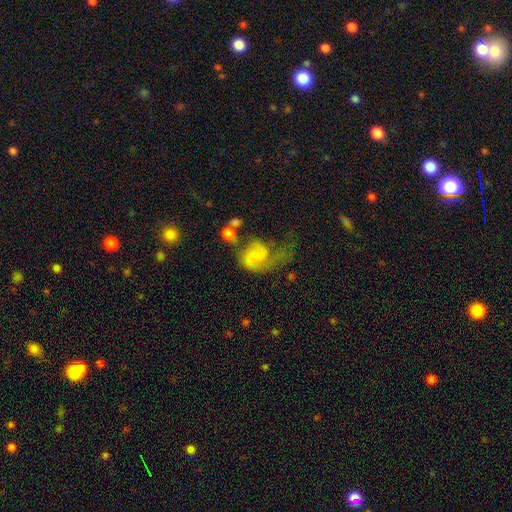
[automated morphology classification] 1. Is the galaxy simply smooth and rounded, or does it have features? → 60% featured or disk, 31% smooth, 8% star or artifact.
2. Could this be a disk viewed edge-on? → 98% no, 2% yes.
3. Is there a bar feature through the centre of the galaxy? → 57% no, 36% weak, 8% strong.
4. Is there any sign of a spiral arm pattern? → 85% yes, 15% no.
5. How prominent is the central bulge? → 36% none (tied), 36% small (tied), 21% moderate, 5% large, 2% dominant.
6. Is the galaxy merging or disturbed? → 44% major disturbance, 25% none, 18% minor disturbance, 13% merger.